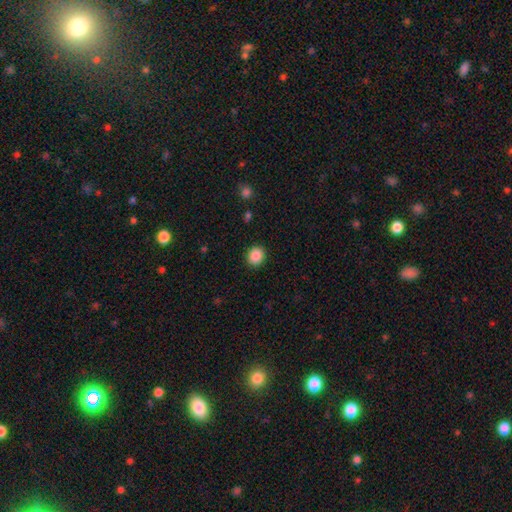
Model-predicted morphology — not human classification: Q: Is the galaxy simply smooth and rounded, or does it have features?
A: smooth — 88%.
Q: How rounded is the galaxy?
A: round — 77%.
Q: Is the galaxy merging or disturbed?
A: none — 91%.